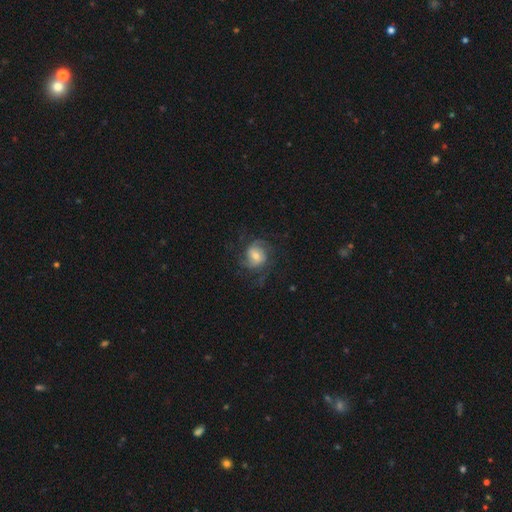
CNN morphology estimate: This appears to be a featured or disk galaxy (71%) with no bar (54%), 2 (41%) medium (44%) spiral arms (92%) and a moderate central bulge (51%). Merging: none (69%).